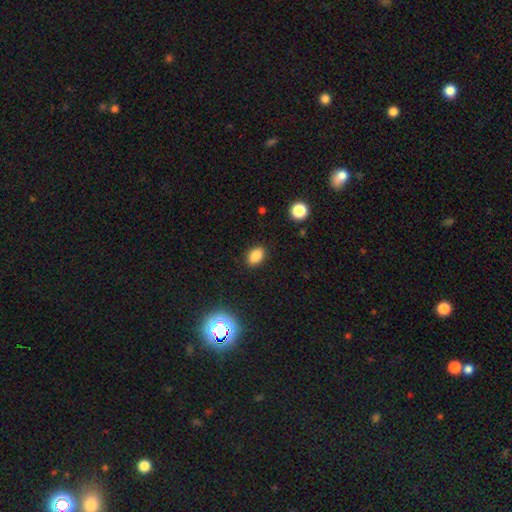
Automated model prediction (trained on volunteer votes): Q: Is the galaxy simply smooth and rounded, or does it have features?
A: smooth — 83%.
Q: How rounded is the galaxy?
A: in between — 82%.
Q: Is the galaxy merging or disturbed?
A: none — 88%.